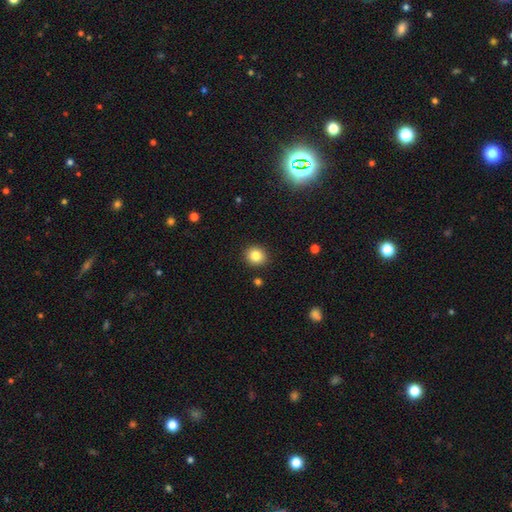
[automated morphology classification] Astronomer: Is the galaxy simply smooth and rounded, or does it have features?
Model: smooth — 83%.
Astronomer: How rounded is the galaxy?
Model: round — 86%.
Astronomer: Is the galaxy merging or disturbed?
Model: none — 91%.